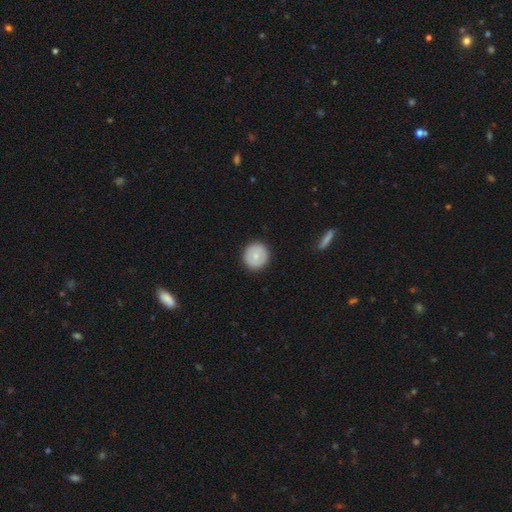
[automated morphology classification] type=smooth (70%); roundness=round (95%); merging=none (92%).